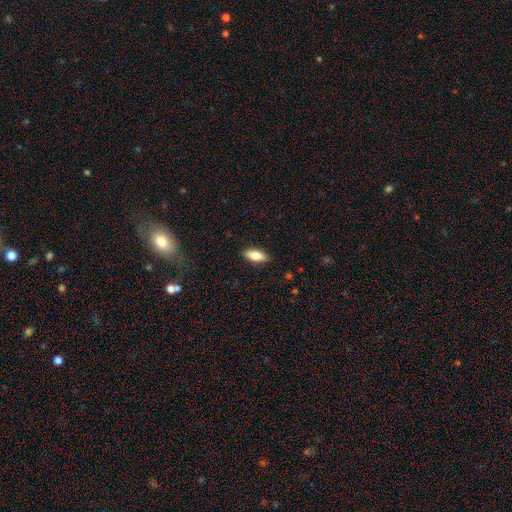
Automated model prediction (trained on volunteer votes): Smooth or featured? smooth (75%)
How rounded? in between (74%)
Merging? none (88%)